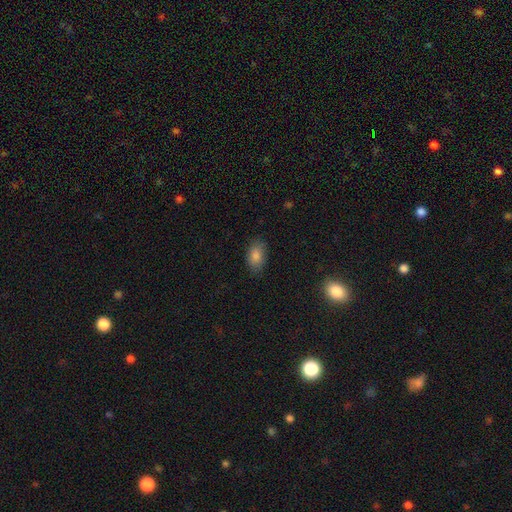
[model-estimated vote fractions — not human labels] This appears to be a smooth galaxy with no disk features (84%) that is in between round and cigar-shaped (90%). Merging: none (81%).